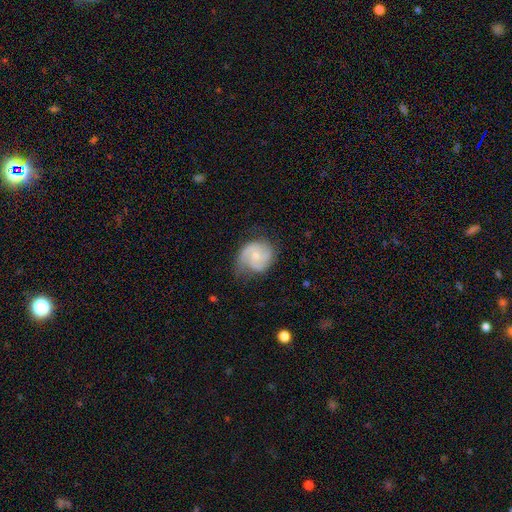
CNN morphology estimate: smooth_or_featured: featured or disk (p=0.70) [alt: smooth p=0.23]
disk_edge_on: no (p=0.98) [alt: yes p=0.02]
bar: no (p=0.66) [alt: weak p=0.30]
has_spiral_arms: yes (p=0.93) [alt: no p=0.07]
spiral_winding: medium (p=0.47) [alt: tight p=0.33]
spiral_arm_count: 2 (p=0.63) [alt: 3 p=0.13]
bulge_size: small (p=0.59) [alt: moderate p=0.36]
merging: none (p=0.61) [alt: minor disturbance p=0.26]